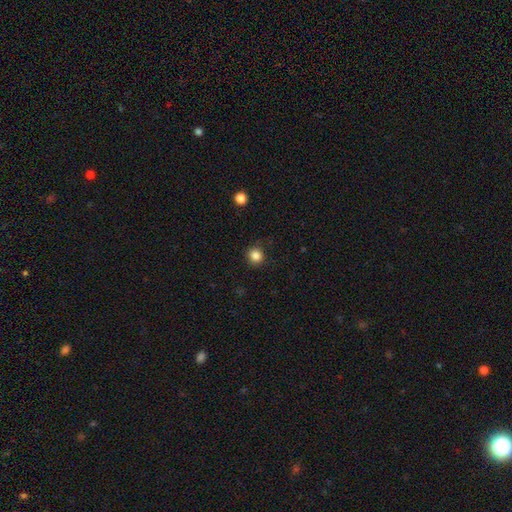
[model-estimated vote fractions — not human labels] This is clearly a smooth galaxy (84%). How rounded: clearly round (91%). Merging: clearly none (86%).